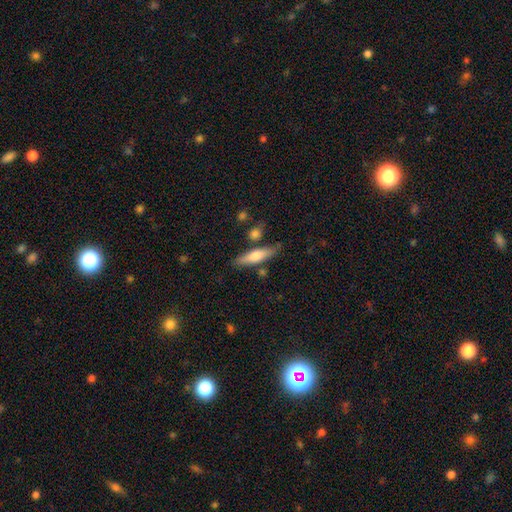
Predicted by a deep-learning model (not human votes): Smooth or featured? smooth (64%)
How rounded? cigar-shaped (74%)
Merging? none (78%)